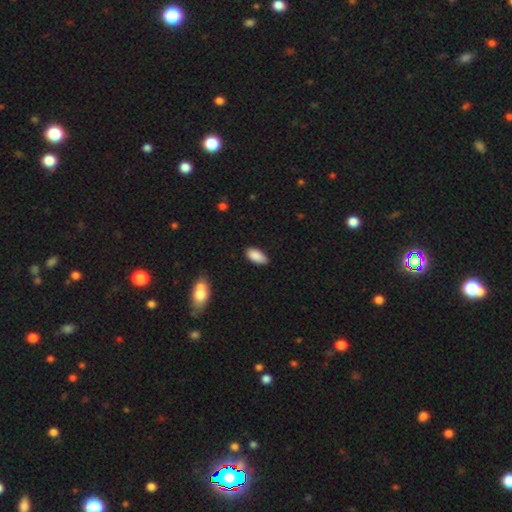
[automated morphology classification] type=smooth (88%); roundness=in between (92%); merging=none (80%).